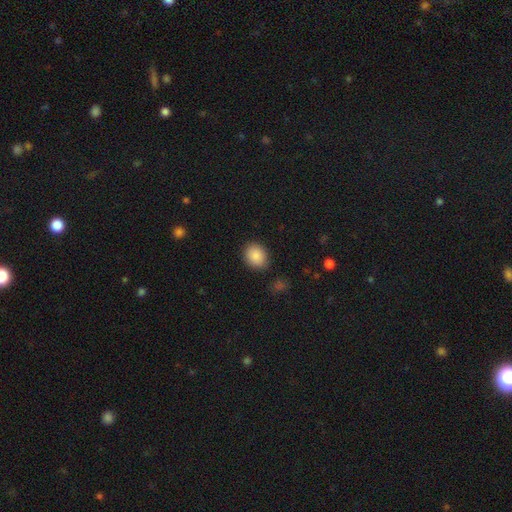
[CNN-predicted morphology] smooth 87%, star or artifact 8%, featured or disk 5%. Down the decision tree: how rounded — round (53%); merging — none (86%).